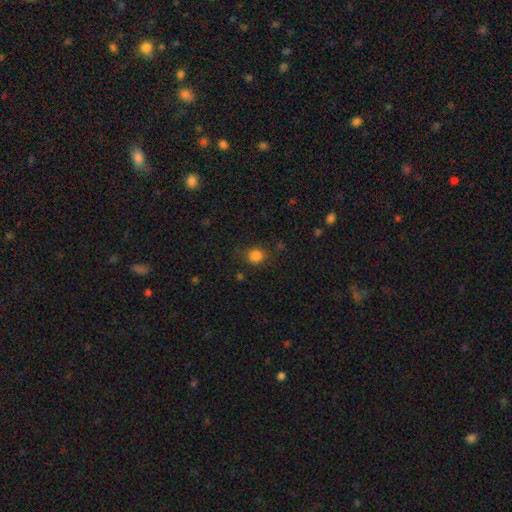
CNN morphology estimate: Q: Smooth or featured?
A: smooth (84%); runner-up: star or artifact (12%)
Q: How rounded?
A: round (85%); runner-up: in between (14%)
Q: Merging?
A: none (82%); runner-up: minor disturbance (12%)